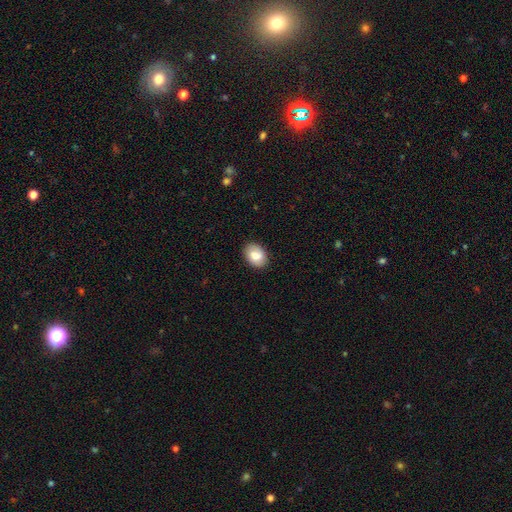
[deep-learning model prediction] smooth 81%, featured or disk 12%, star or artifact 7%. Down the decision tree: how rounded — in between (78%); merging — none (87%).